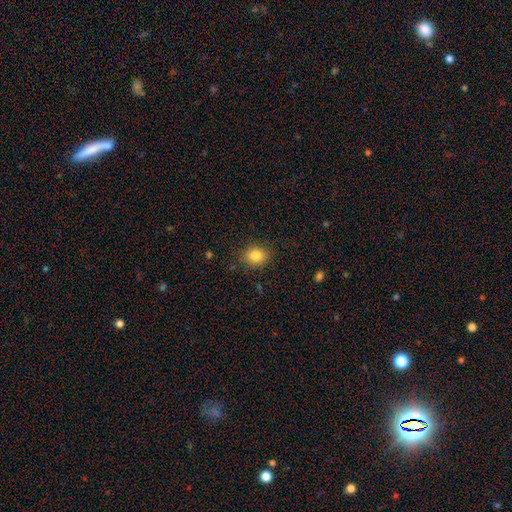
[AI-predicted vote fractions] smooth 83%, star or artifact 10%, featured or disk 7%. Down the decision tree: how rounded — in between (52%); merging — none (85%).